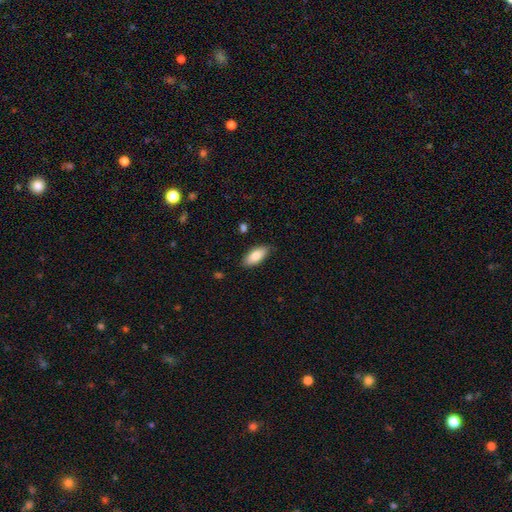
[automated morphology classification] Smooth or featured?
  - smooth: 83% *
  - featured or disk: 11%
  - star or artifact: 6%
How rounded?
  - in between: 85% *
  - cigar-shaped: 13%
  - round: 2%
Merging?
  - none: 86% *
  - minor disturbance: 11%
  - major disturbance: 2%
  - merger: 1%